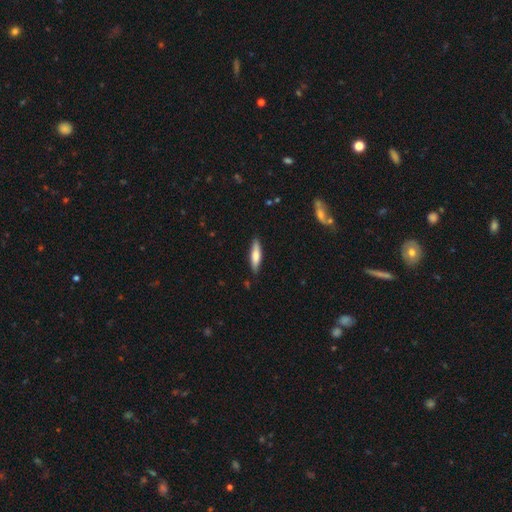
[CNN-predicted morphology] Smooth or featured? Predicted: smooth (p=0.68). How rounded? Predicted: cigar-shaped (p=0.70). Merging? Predicted: none (p=0.86).